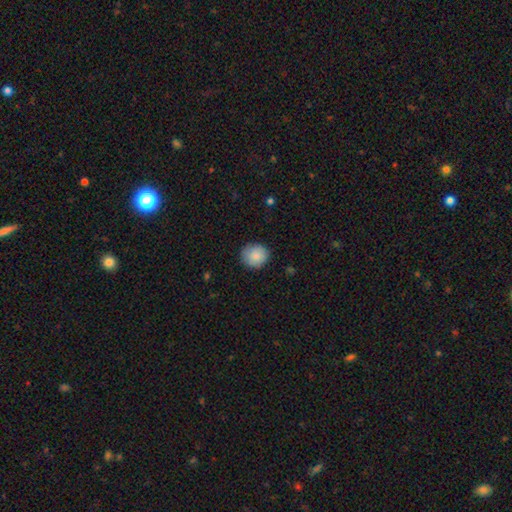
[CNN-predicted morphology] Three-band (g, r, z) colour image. It shows a smooth galaxy with no disk features (87%) that is round (84%). Merging: none (85%).